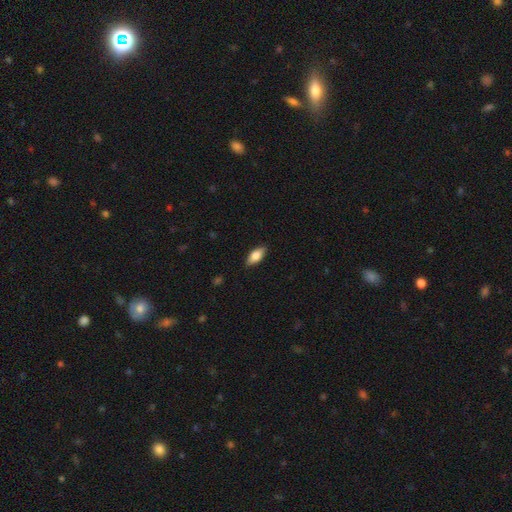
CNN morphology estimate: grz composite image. It shows a smooth galaxy with no disk features (78%) that is in between round and cigar-shaped (84%). Merging: none (87%).